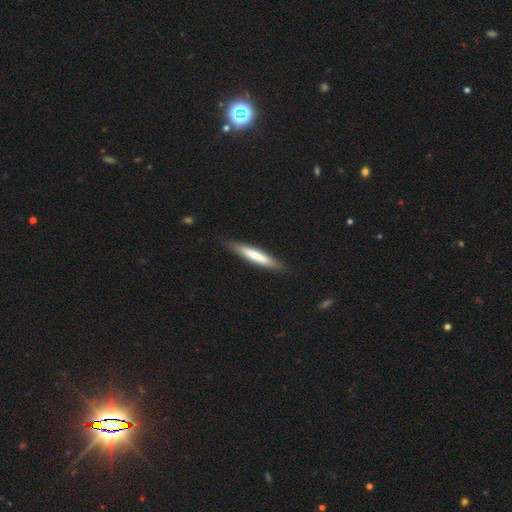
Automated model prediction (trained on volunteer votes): Morphology: type=smooth (68%); roundness=cigar-shaped (90%); merging=none (87%).